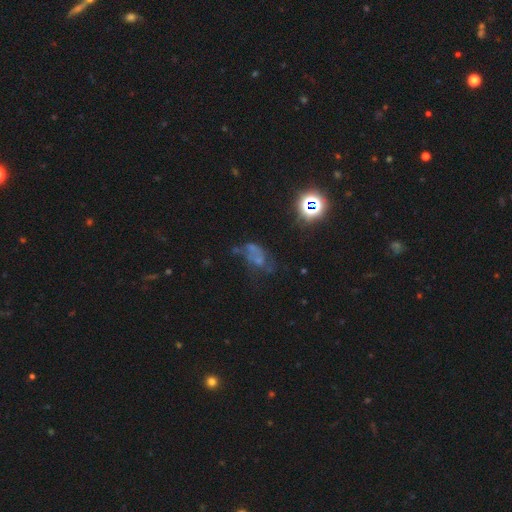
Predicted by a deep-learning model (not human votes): Overall: featured or disk (38%; star or artifact 33%). Merging: none (33%; major disturbance 30%).